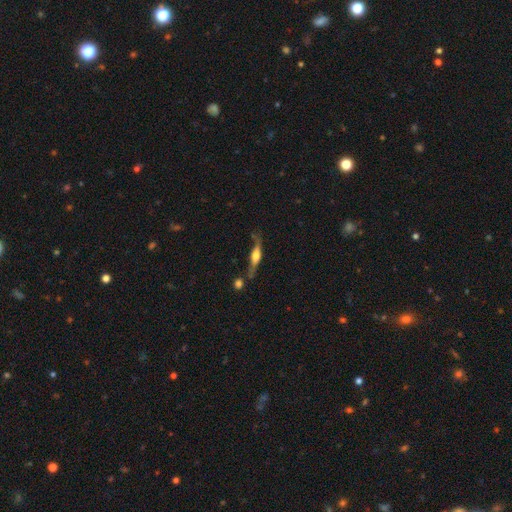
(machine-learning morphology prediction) This is likely a featured or disk galaxy (66%). It is clearly viewed edge-on (91%). Edge-on bulge: clearly rounded (87%). Merging: possibly none (60%).